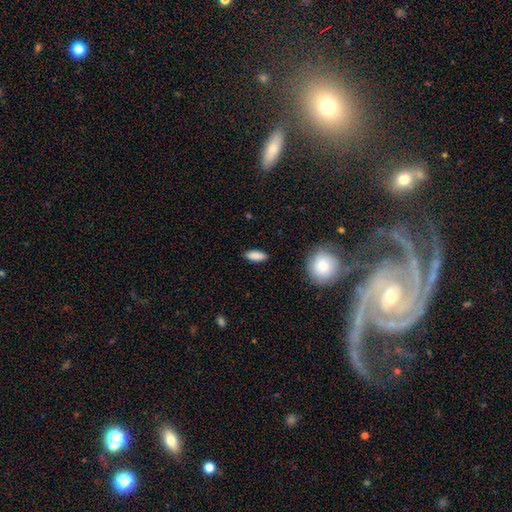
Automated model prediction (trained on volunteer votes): Overall: smooth (88%). How rounded: in between (73%). Merging: none (88%).